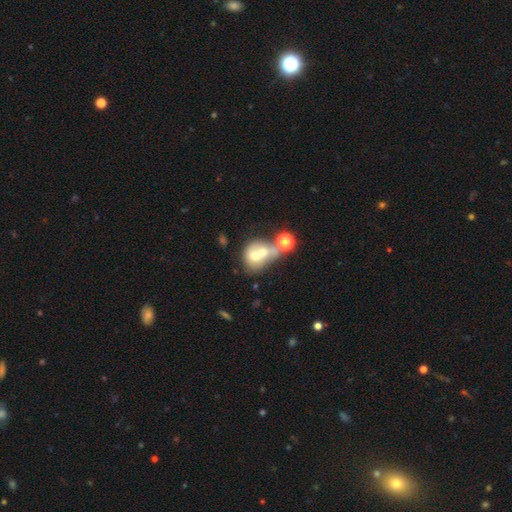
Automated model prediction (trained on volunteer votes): Smooth or featured?
  - smooth: 57% *
  - featured or disk: 31%
  - star or artifact: 12%
How rounded?
  - round: 62% *
  - in between: 37%
  - cigar-shaped: 1%
Merging?
  - merger: 69% *
  - none: 18%
  - minor disturbance: 7%
  - major disturbance: 6%